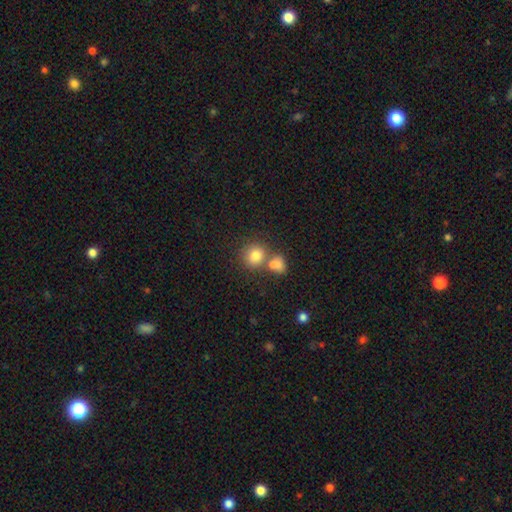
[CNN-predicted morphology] A smooth galaxy with no disk features (79%) that is round (79%).

Vote fractions:
- Smooth or featured? smooth: 79% / star or artifact: 11% / featured or disk: 10%
- How rounded? round: 79% / in between: 20% / cigar-shaped: 1%
- Merging? none: 51% / merger: 36% / minor disturbance: 9% / major disturbance: 4%